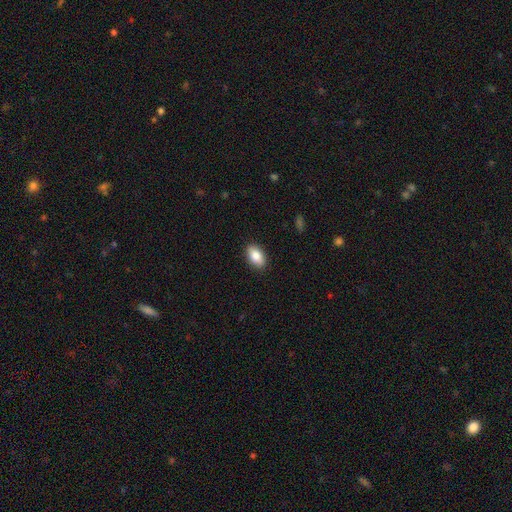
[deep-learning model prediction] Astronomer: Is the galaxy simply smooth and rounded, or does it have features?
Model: smooth — 86%.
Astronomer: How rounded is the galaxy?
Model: in between — 92%.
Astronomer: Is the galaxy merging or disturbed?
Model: none — 90%.